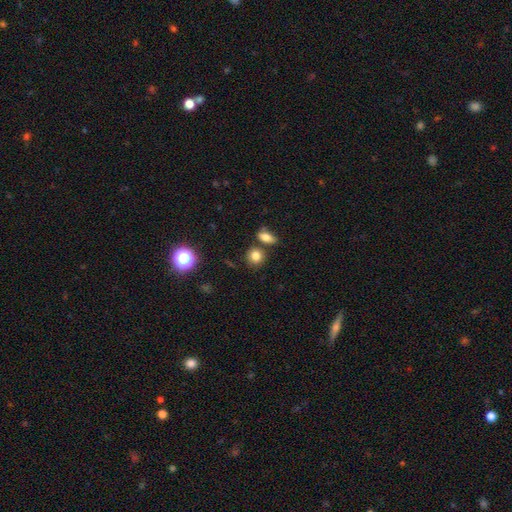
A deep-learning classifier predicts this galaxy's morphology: A smooth galaxy with no disk features (80%) that is round (75%).

Vote fractions:
- Smooth or featured? smooth: 80% / star or artifact: 12% / featured or disk: 7%
- How rounded? round: 75% / in between: 23% / cigar-shaped: 2%
- Merging? none: 72% / merger: 14% / minor disturbance: 11% / major disturbance: 3%